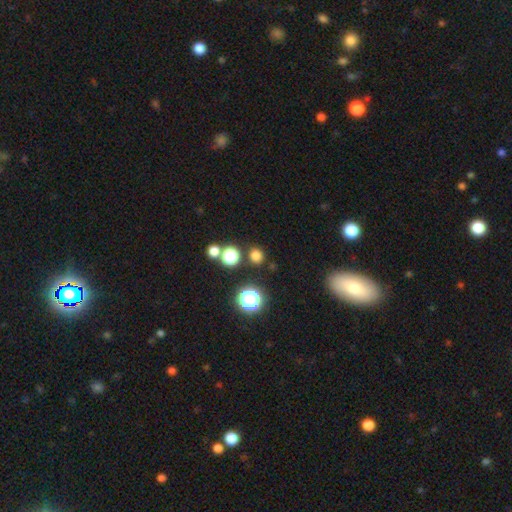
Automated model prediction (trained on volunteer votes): Smooth or featured: smooth — 75% (star or artifact — 21%)
How rounded: round — 86% (in between — 13%)
Merging: none — 81% (minor disturbance — 8%)